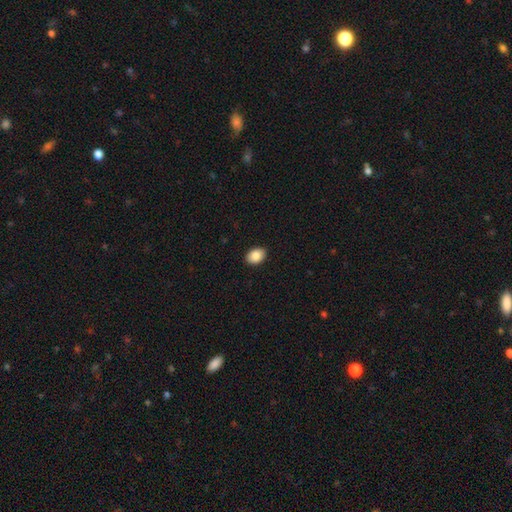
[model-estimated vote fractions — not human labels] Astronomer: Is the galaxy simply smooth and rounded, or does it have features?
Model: smooth — 87%.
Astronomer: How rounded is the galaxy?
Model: in between — 76%.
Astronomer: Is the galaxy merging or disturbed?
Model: none — 90%.